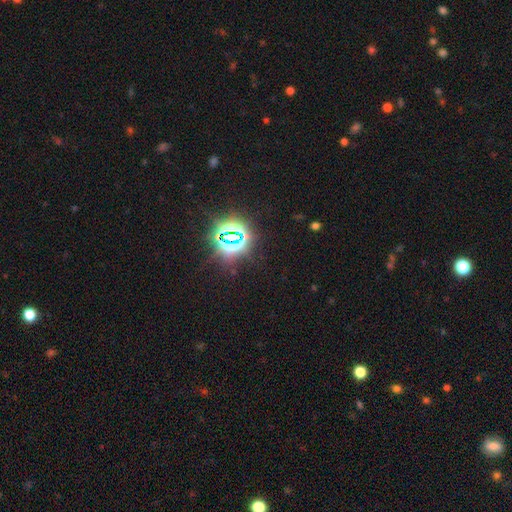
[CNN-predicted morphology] Q: Smooth or featured?
A: star or artifact (83%); runner-up: smooth (11%)